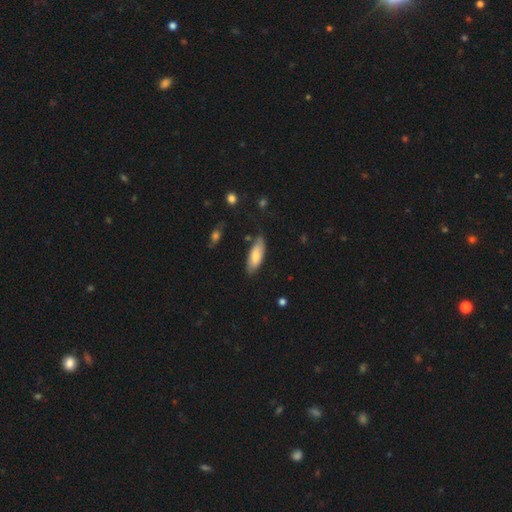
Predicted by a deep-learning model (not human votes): Overall: smooth (74%). How rounded: in between (71%). Merging: none (76%).